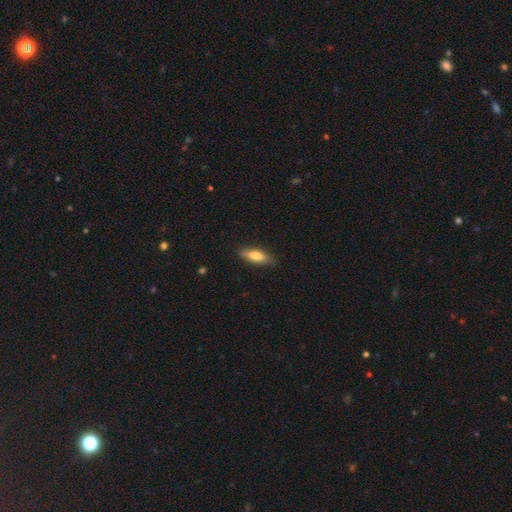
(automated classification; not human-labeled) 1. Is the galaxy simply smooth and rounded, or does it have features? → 76% smooth, 18% featured or disk, 6% star or artifact.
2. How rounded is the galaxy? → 62% in between, 36% cigar-shaped, 2% round.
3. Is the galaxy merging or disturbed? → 85% none, 12% minor disturbance, 2% major disturbance, 1% merger.